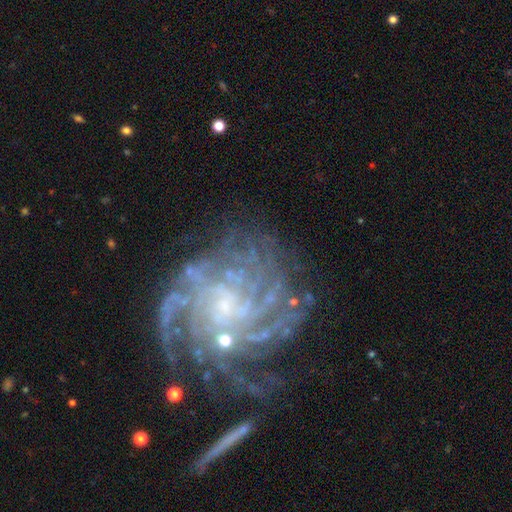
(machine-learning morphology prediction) A featured or disk galaxy (85%) with no bar (64%), more than 4 (33%) tight (66%) spiral arms (96%) and a small central bulge (68%). Merging: none (66%).